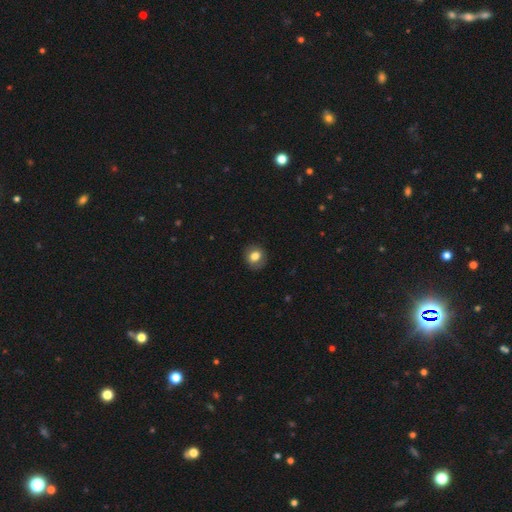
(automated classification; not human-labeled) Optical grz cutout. It shows a smooth galaxy with no disk features (77%) that is round (68%). Merging: none (85%).